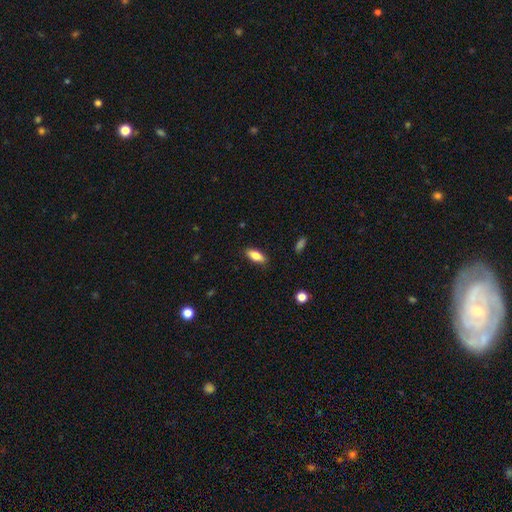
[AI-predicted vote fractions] Smooth or featured? smooth (81%)
How rounded? in between (78%)
Merging? none (86%)